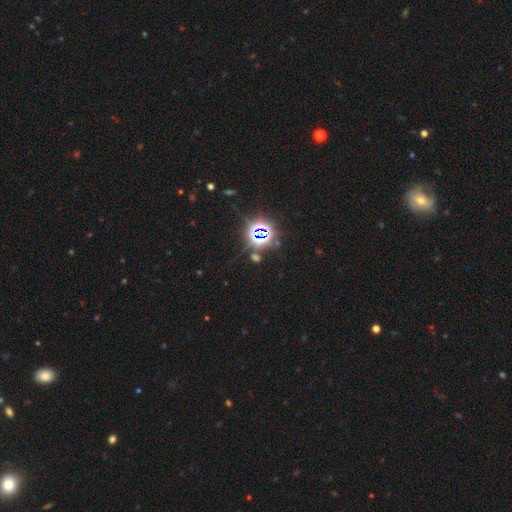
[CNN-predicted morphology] Smooth or featured?
  - star or artifact: 80% *
  - smooth: 12%
  - featured or disk: 8%